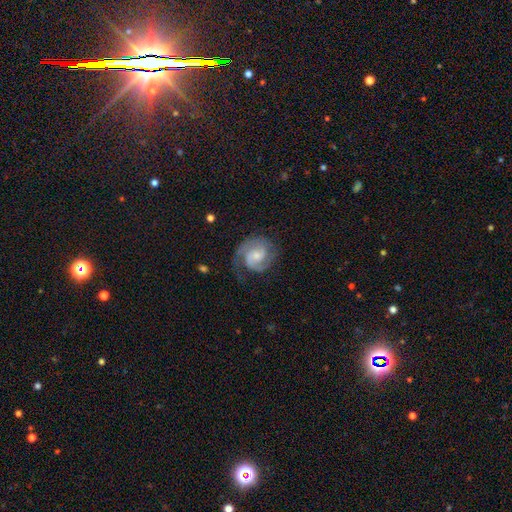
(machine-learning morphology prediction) Smooth or featured? featured or disk (85%)
Edge-on disk? no (98%)
Bar? no (56%)
Spiral arms? yes (97%)
Spiral winding? medium (46%)
Spiral arm count? 2 (78%)
Bulge size? small (55%)
Merging? none (67%)